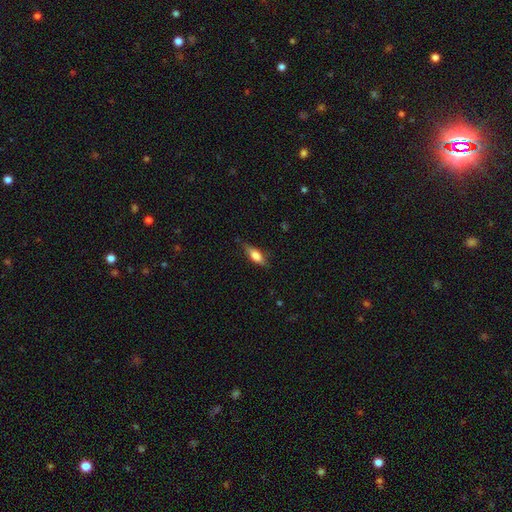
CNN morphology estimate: Q: Smooth or featured?
A: smooth (66%); runner-up: featured or disk (27%)
Q: How rounded?
A: in between (66%); runner-up: cigar-shaped (31%)
Q: Merging?
A: none (70%); runner-up: minor disturbance (23%)